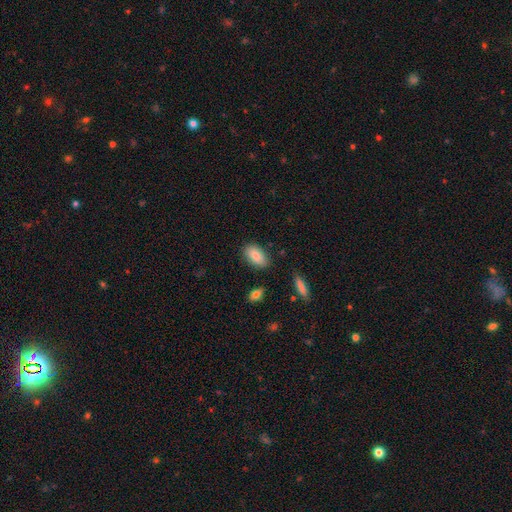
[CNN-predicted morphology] A smooth galaxy with no disk features (85%) that is in between round and cigar-shaped (92%).

Vote fractions:
- Smooth or featured? smooth: 85% / featured or disk: 8% / star or artifact: 7%
- How rounded? in between: 92% / round: 4% / cigar-shaped: 4%
- Merging? none: 83% / minor disturbance: 11% / major disturbance: 3% / merger: 3%